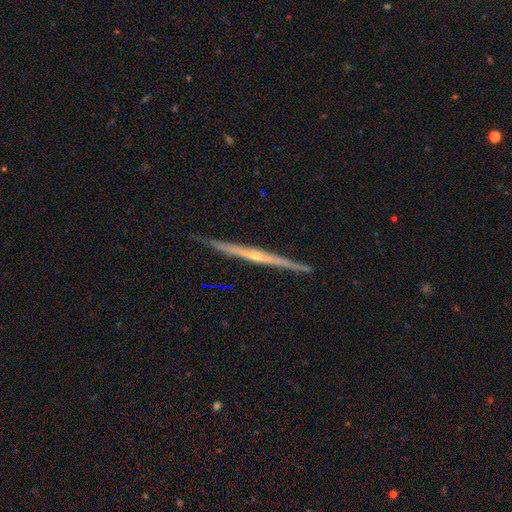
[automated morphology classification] smooth_or_featured: featured or disk (p=0.81) [alt: smooth p=0.13]
disk_edge_on: yes (p=0.98) [alt: no p=0.02]
edge_on_bulge: rounded (p=0.60) [alt: none p=0.35]
merging: none (p=0.90) [alt: minor disturbance p=0.07]